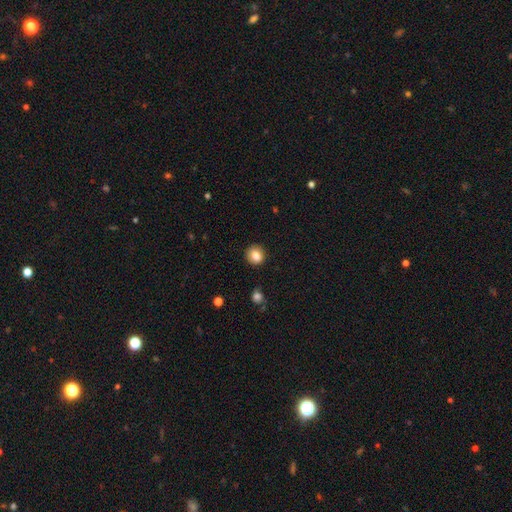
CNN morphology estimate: Smooth or featured: smooth — 82% (star or artifact — 9%)
How rounded: round — 82% (in between — 17%)
Merging: none — 89% (minor disturbance — 8%)